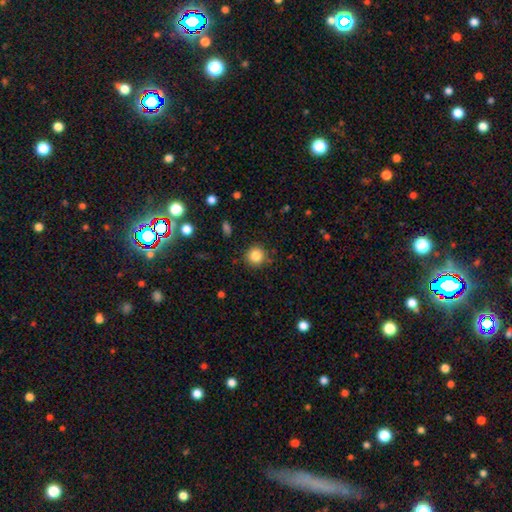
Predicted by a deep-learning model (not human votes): This appears to be a smooth galaxy with no disk features (84%) that is round (94%). Merging: none (88%).